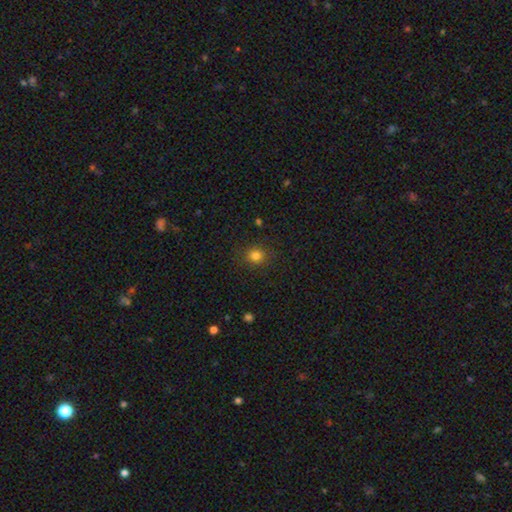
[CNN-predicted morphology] The model was most divided on "how rounded": round: 83%, in between: 16%, cigar-shaped: 1%. More confident: merging — none (88%); smooth or featured — smooth (81%).